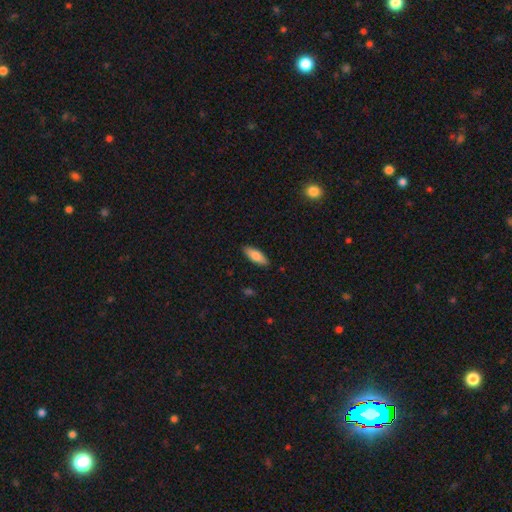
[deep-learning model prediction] Morphology: type=smooth (82%); roundness=in between (67%); merging=none (88%).